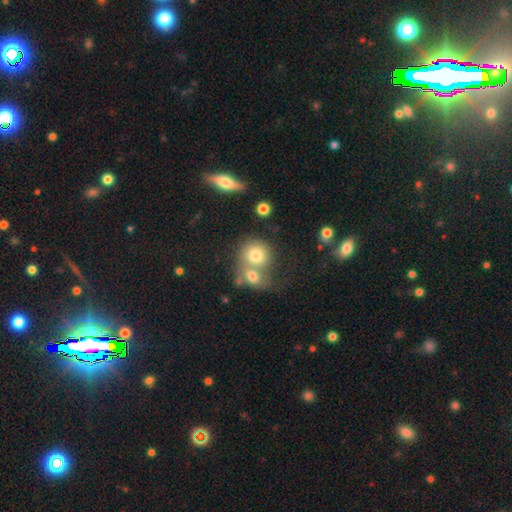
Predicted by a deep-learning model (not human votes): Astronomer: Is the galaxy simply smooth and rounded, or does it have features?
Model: smooth — 74%.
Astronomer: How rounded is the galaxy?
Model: round — 79%.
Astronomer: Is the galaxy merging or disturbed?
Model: merger — 57%.